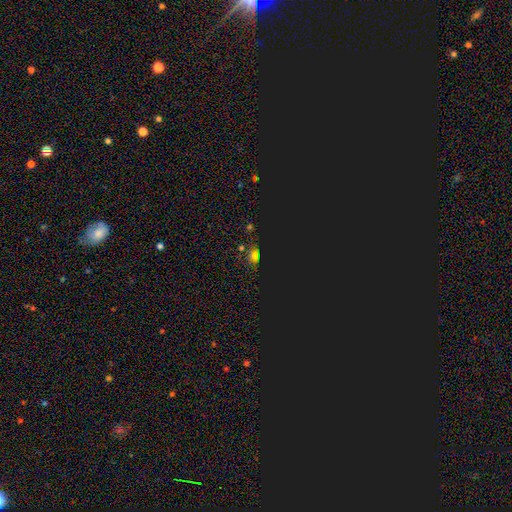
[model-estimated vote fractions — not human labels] Smooth or featured? Predicted: star or artifact (p=0.66).